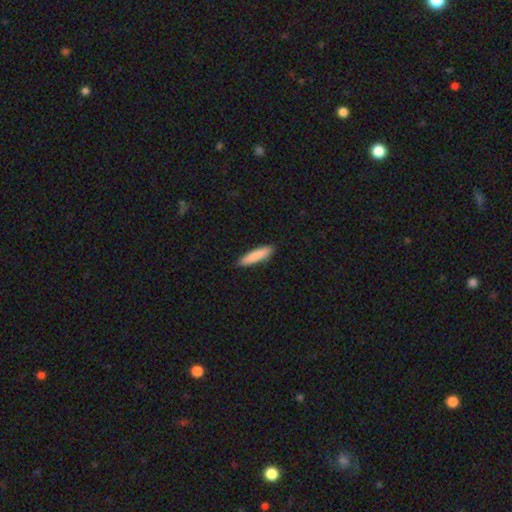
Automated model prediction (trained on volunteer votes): This is clearly a smooth galaxy (87%). How rounded: clearly cigar-shaped (81%). Merging: clearly none (90%).